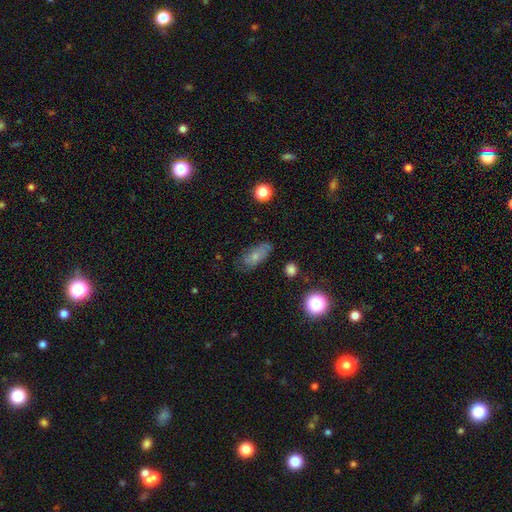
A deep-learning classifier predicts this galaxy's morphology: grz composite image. It shows a smooth galaxy with no disk features (65%) that is in between round and cigar-shaped (83%). Merging: none (67%).